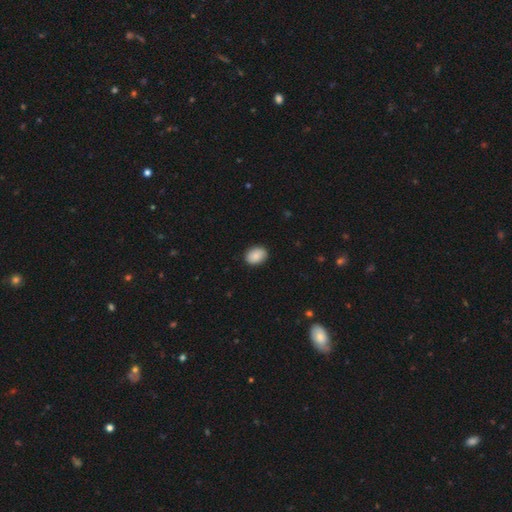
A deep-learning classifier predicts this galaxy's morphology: Smooth or featured? Predicted: smooth (p=0.88). How rounded? Predicted: in between (p=0.73). Merging? Predicted: none (p=0.89).